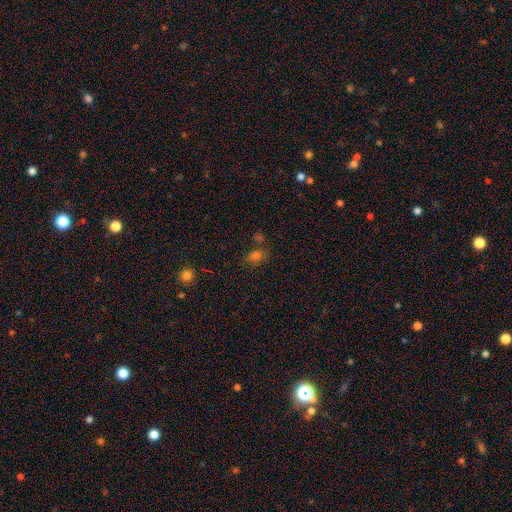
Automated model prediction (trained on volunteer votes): Overall: smooth (65%; star or artifact 26%). How rounded: in between (54%; round 43%). Merging: none (61%).